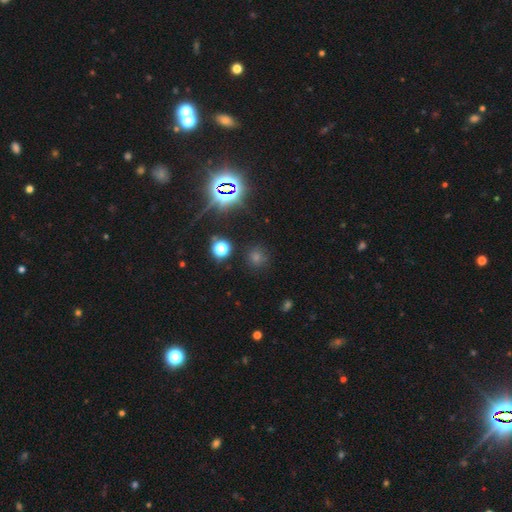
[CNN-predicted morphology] The model was most divided on "smooth or featured": star or artifact: 48%, smooth: 44%, featured or disk: 8%.